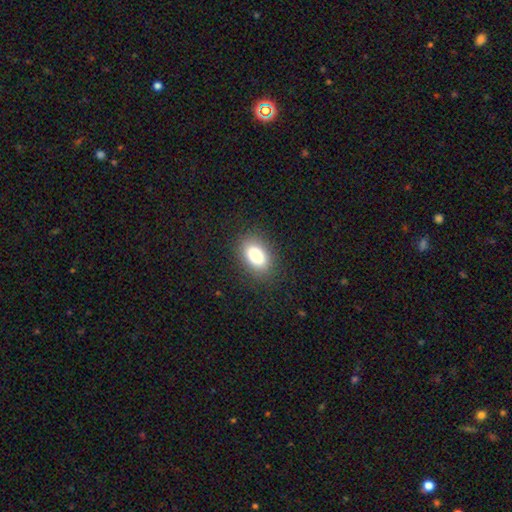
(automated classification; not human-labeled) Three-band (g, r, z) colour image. It shows a smooth galaxy with no disk features (83%) that is in between round and cigar-shaped (87%). Merging: none (86%).